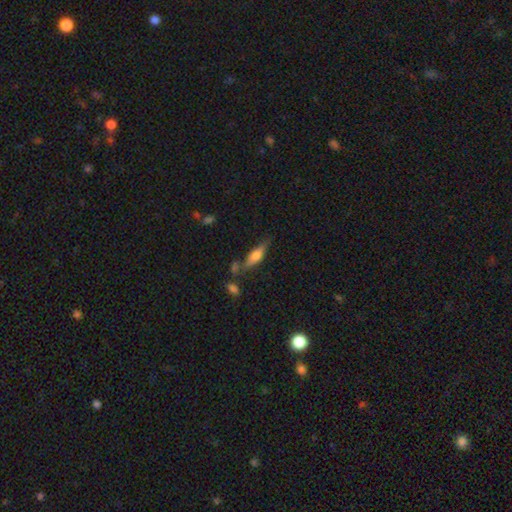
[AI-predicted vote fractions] Smooth or featured? Predicted: smooth (p=0.53). How rounded? Predicted: cigar-shaped (p=0.60). Merging? Predicted: none (p=0.66).